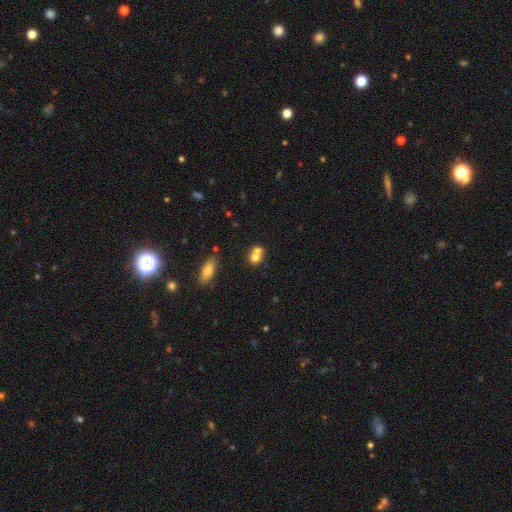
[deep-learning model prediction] Q: Smooth or featured?
A: smooth (72%); runner-up: featured or disk (17%)
Q: How rounded?
A: round (70%); runner-up: in between (28%)
Q: Merging?
A: merger (58%); runner-up: none (32%)